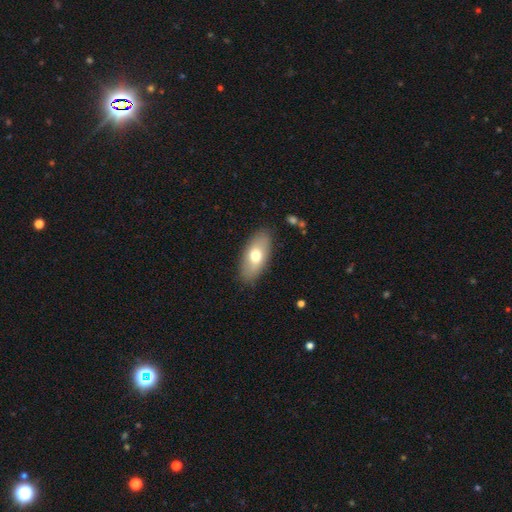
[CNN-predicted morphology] A smooth galaxy with no disk features (68%) that is in between round and cigar-shaped (87%). Merging: none (86%).